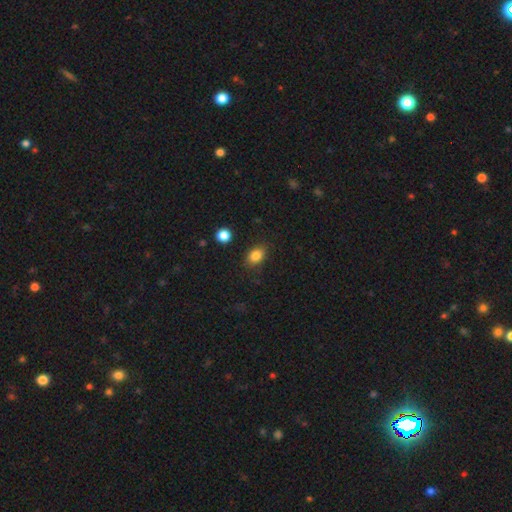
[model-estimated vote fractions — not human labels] A smooth galaxy with no disk features (84%) that is in between round and cigar-shaped (73%).

Vote fractions:
- Smooth or featured? smooth: 84% / star or artifact: 10% / featured or disk: 6%
- How rounded? in between: 73% / round: 26% / cigar-shaped: 1%
- Merging? none: 83% / minor disturbance: 12% / major disturbance: 3% / merger: 2%